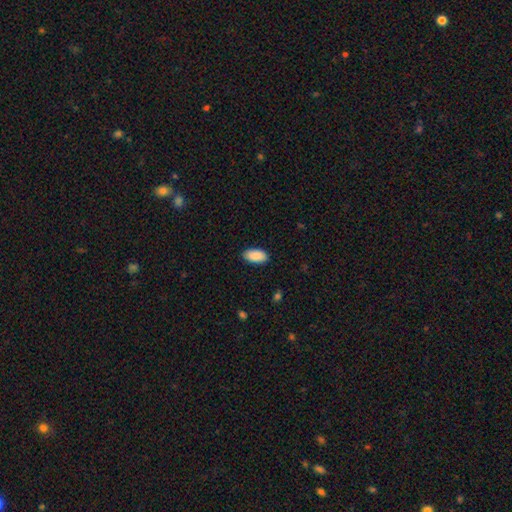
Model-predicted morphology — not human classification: A smooth galaxy with no disk features (91%) that is in between round and cigar-shaped (95%).

Vote fractions:
- Smooth or featured? smooth: 91% / star or artifact: 6% / featured or disk: 3%
- How rounded? in between: 95% / cigar-shaped: 3% / round: 2%
- Merging? none: 88% / minor disturbance: 9% / major disturbance: 2% / merger: 1%